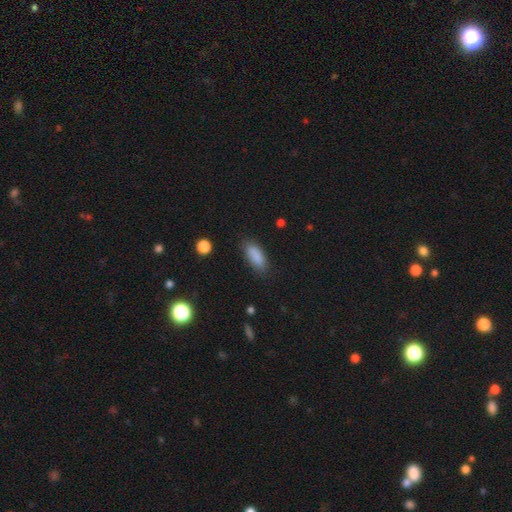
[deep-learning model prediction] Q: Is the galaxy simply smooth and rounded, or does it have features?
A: smooth — 87%.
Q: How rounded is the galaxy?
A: in between — 75%.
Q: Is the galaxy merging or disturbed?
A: none — 82%.